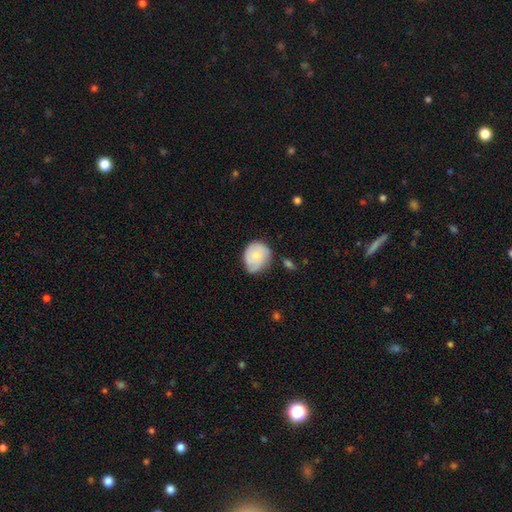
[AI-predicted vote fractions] The model was most divided on "merging": none: 53%, minor disturbance: 35%, major disturbance: 8%, merger: 3%. More confident: how rounded — round (62%); smooth or featured — smooth (58%).